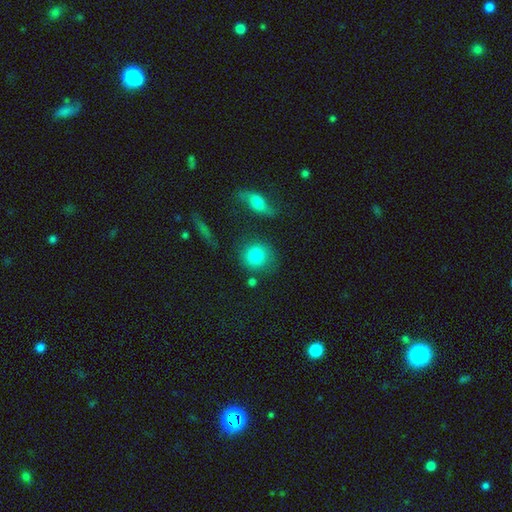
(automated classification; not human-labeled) A smooth galaxy with no disk features (81%) that is round (85%).

Vote fractions:
- Smooth or featured? smooth: 81% / featured or disk: 10% / star or artifact: 10%
- How rounded? round: 85% / in between: 14% / cigar-shaped: 2%
- Merging? none: 73% / minor disturbance: 13% / merger: 9% / major disturbance: 5%